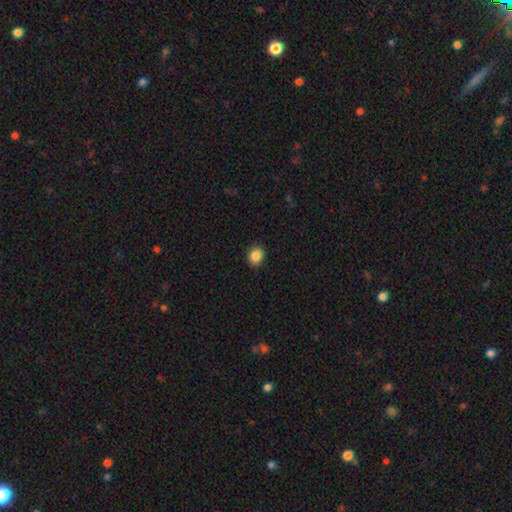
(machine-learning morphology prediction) This is clearly a smooth galaxy (87%). How rounded: likely round (66%). Merging: clearly none (91%).